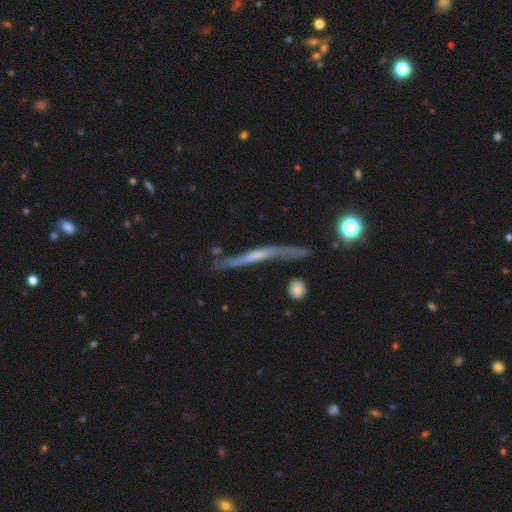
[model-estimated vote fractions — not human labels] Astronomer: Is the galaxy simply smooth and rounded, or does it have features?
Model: featured or disk — 66%.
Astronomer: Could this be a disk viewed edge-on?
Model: yes — 81%.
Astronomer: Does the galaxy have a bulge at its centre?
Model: none — 62%.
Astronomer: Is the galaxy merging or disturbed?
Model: none — 54%.